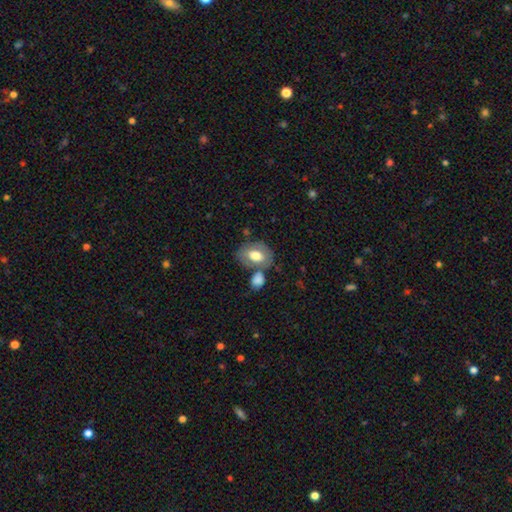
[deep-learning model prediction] Smooth or featured? smooth (64%)
How rounded? in between (78%)
Merging? none (53%)